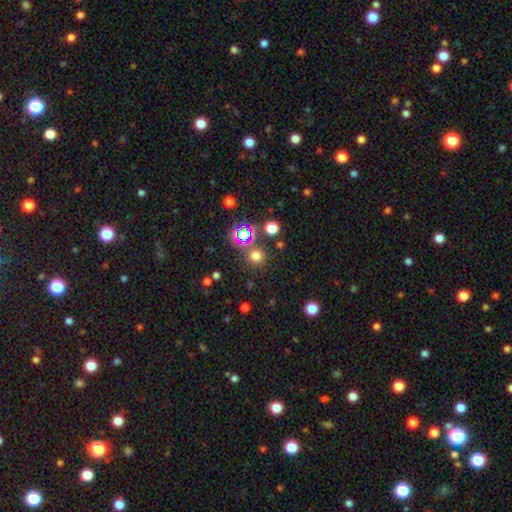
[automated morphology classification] smooth_or_featured: smooth (p=0.65) [alt: star or artifact p=0.29]
how_rounded: round (p=0.92) [alt: in between p=0.07]
merging: none (p=0.80) [alt: merger p=0.08]